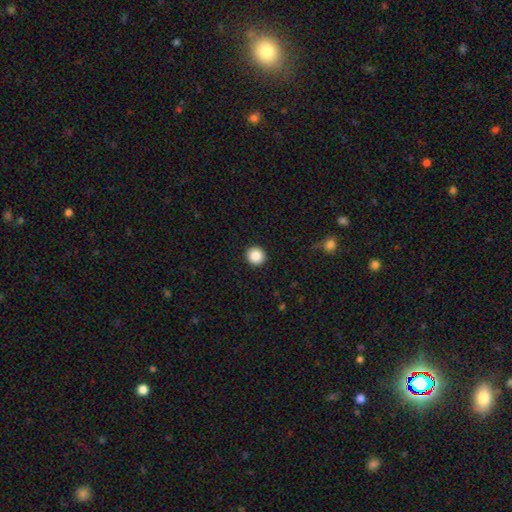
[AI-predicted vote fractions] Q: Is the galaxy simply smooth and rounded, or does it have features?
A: smooth — 88%.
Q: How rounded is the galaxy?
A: round — 95%.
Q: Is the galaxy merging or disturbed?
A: none — 93%.